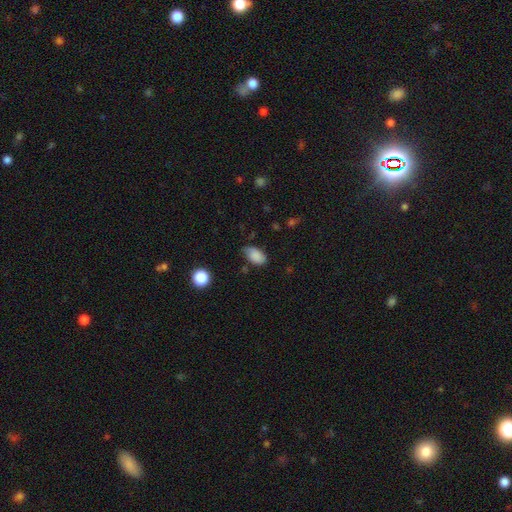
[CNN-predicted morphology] type=smooth (85%); roundness=in between (91%); merging=none (62%).